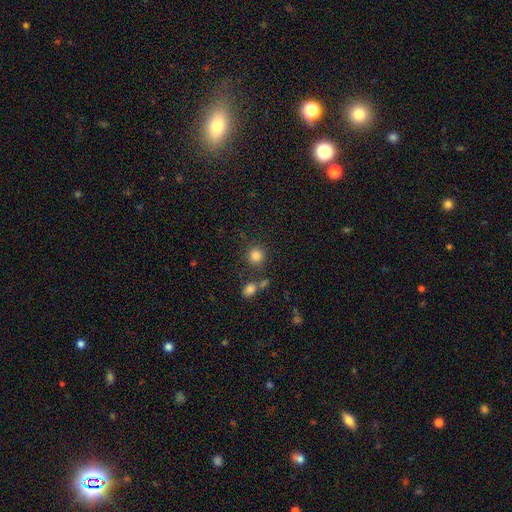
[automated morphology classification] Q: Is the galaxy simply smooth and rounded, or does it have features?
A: smooth — 83%.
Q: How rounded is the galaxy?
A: round — 90%.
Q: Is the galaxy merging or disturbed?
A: none — 77%.